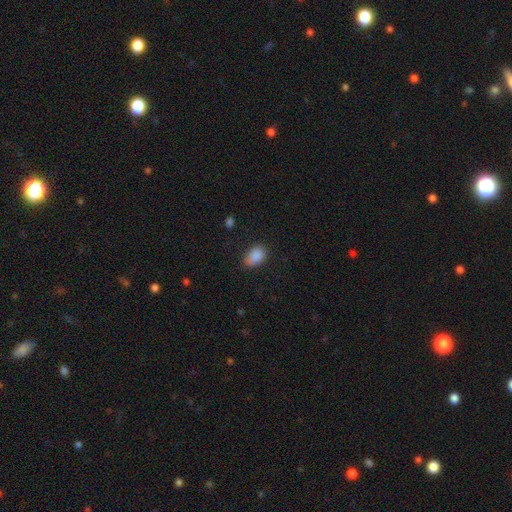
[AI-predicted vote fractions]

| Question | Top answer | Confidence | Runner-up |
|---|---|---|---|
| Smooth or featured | smooth | 88% | star or artifact (8%) |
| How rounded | in between | 88% | round (11%) |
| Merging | none | 73% | minor disturbance (21%) |